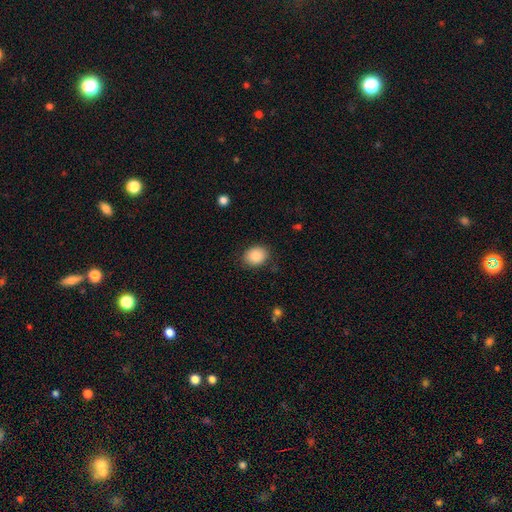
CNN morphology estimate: Smooth or featured? Predicted: smooth (p=0.86). How rounded? Predicted: in between (p=0.52). Merging? Predicted: none (p=0.85).